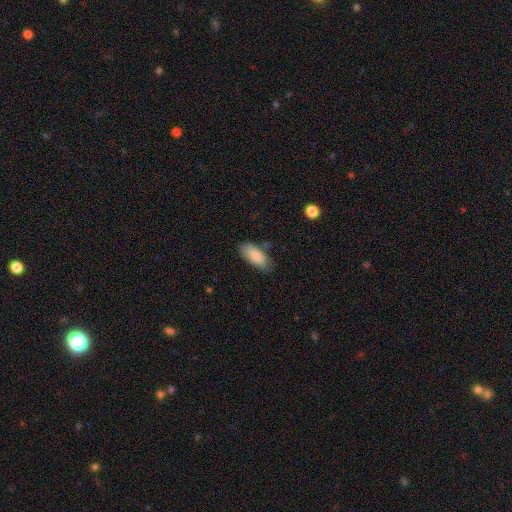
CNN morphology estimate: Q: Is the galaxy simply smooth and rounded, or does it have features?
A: smooth — 83%.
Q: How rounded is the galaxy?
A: in between — 88%.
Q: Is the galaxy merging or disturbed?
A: none — 66%.